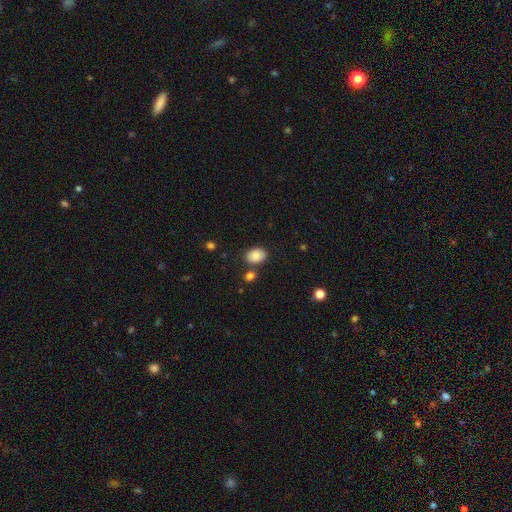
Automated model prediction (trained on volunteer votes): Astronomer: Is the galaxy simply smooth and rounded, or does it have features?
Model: smooth — 86%.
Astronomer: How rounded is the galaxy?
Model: in between — 77%.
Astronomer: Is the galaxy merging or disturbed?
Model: none — 78%.